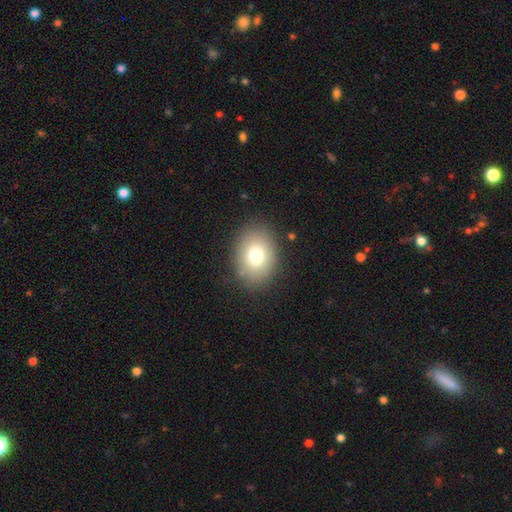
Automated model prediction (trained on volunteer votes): Smooth or featured? Predicted: smooth (p=0.76). How rounded? Predicted: in between (p=0.57). Merging? Predicted: none (p=0.85).